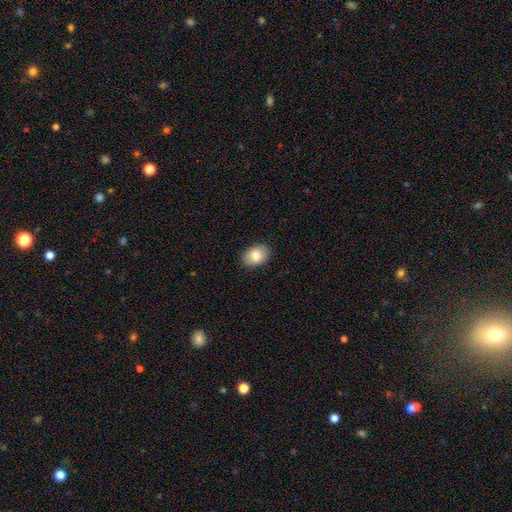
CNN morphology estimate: The model was most divided on "how rounded": in between: 77%, round: 23%, cigar-shaped: 1%. More confident: merging — none (88%); smooth or featured — smooth (84%).